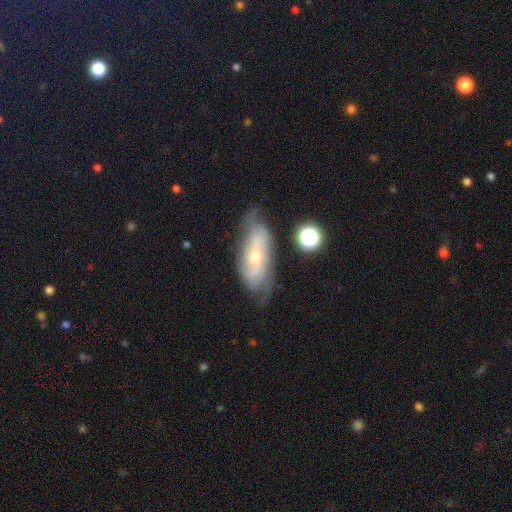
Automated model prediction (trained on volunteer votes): Smooth or featured?
  - featured or disk: 72% *
  - smooth: 21%
  - star or artifact: 8%
Edge-on disk?
  - no: 86% *
  - yes: 14%
Bar?
  - no: 60% *
  - weak: 29%
  - strong: 11%
Spiral arms?
  - yes: 84% *
  - no: 16%
Spiral winding?
  - tight: 46% *
  - medium: 35%
  - loose: 18%
Spiral arm count?
  - 2: 43% *
  - can't tell: 41%
  - 3: 8%
  - 4: 3%
  - 1: 3%
  - more than 4: 2%
Bulge size?
  - small: 55% *
  - moderate: 41%
  - large: 2%
  - none: 1%
  - dominant: 1%
Merging?
  - none: 65% *
  - minor disturbance: 24%
  - major disturbance: 8%
  - merger: 3%